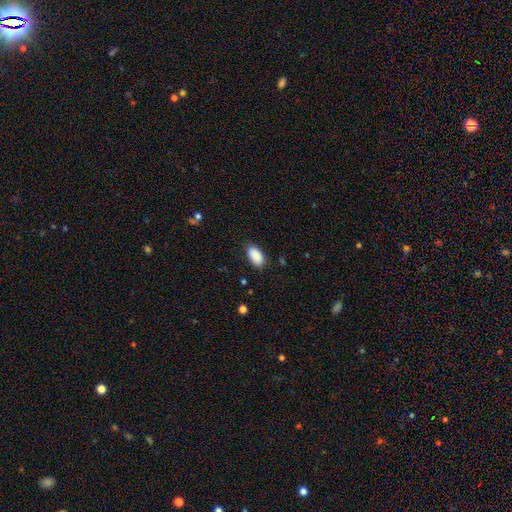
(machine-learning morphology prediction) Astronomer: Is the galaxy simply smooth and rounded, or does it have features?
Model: smooth — 90%.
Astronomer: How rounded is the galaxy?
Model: in between — 94%.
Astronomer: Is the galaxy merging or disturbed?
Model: none — 83%.